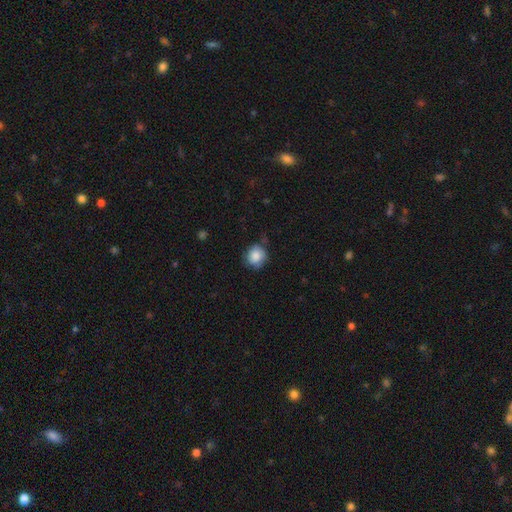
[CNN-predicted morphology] smooth 82%, featured or disk 10%, star or artifact 8%. Down the decision tree: how rounded — round (84%); merging — none (68%).